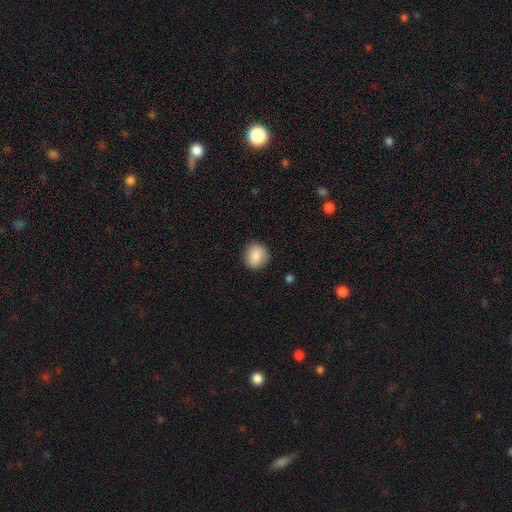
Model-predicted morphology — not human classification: smooth 88%, star or artifact 8%, featured or disk 4%. Down the decision tree: how rounded — round (85%); merging — none (89%).